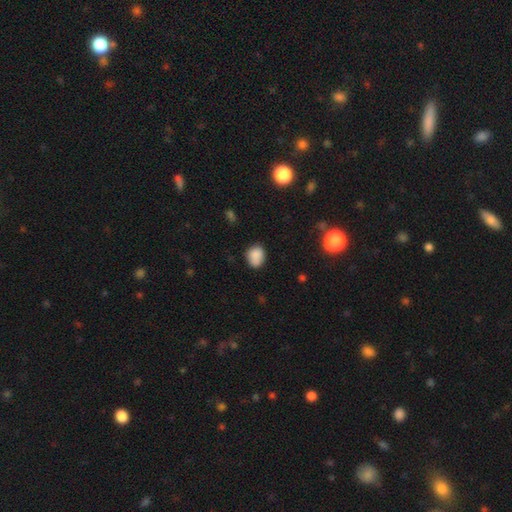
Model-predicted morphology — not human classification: smooth_or_featured: smooth (p=0.85) [alt: star or artifact p=0.10]
how_rounded: round (p=0.52) [alt: in between p=0.47]
merging: none (p=0.72) [alt: minor disturbance p=0.21]